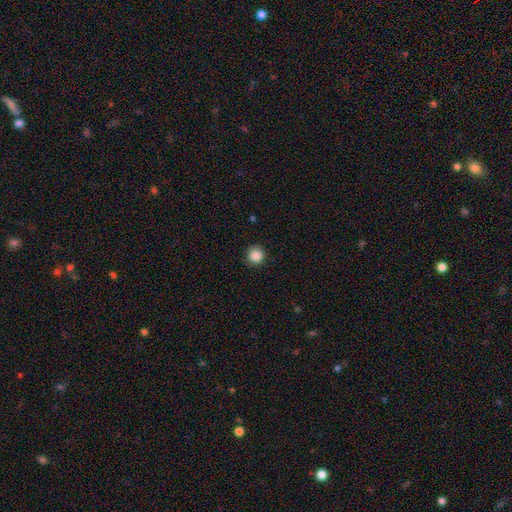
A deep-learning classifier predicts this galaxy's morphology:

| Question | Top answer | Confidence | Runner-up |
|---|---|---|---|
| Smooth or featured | smooth | 87% | star or artifact (10%) |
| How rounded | round | 93% | in between (6%) |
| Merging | none | 88% | minor disturbance (9%) |